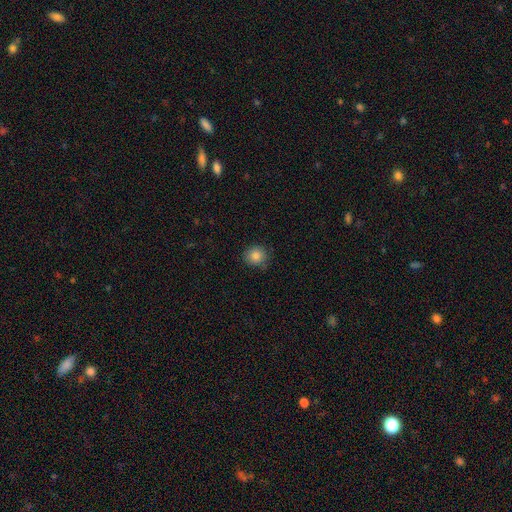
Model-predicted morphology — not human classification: A smooth galaxy with no disk features (85%) that is round (87%). Merging: none (82%).